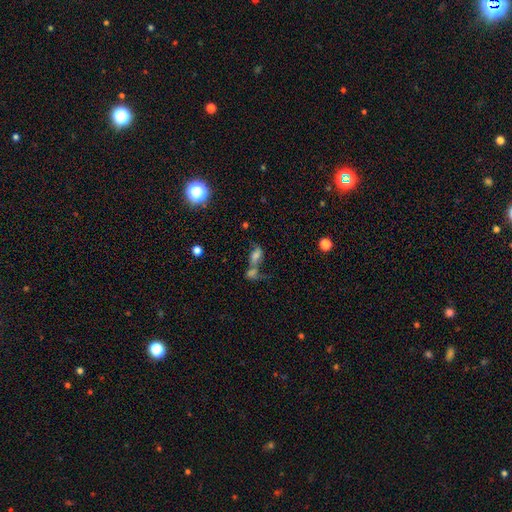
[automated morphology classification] smooth-or-featured: smooth: 51% | featured or disk: 30% | star or artifact: 19%
  how-rounded: in between: 76% | cigar-shaped: 12% | round: 12%
  merging: merger: 58% | none: 21% | major disturbance: 12% | minor disturbance: 9%